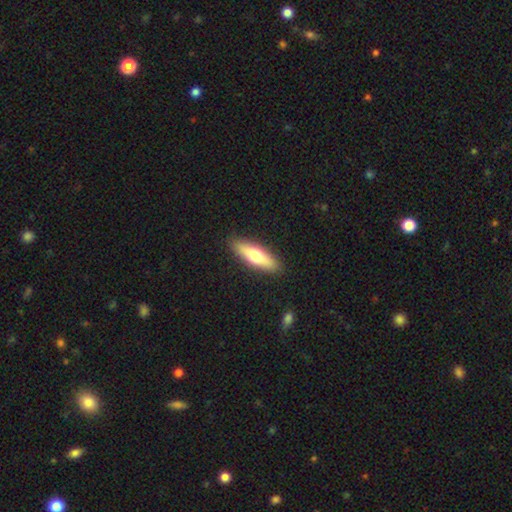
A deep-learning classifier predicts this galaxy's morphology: Smooth or featured? Predicted: smooth (p=0.61). How rounded? Predicted: cigar-shaped (p=0.61). Merging? Predicted: none (p=0.89).